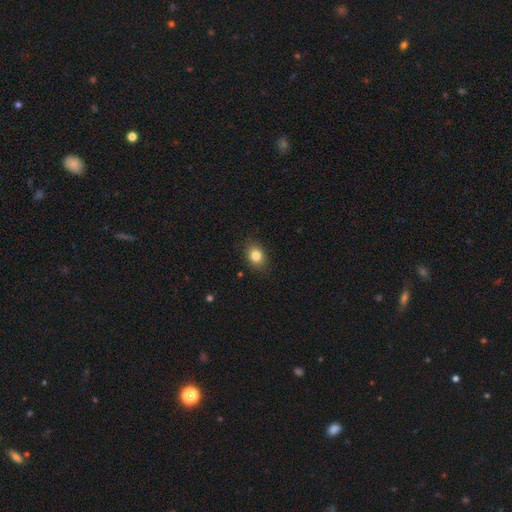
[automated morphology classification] Q: Smooth or featured?
A: smooth (83%); runner-up: star or artifact (10%)
Q: How rounded?
A: in between (60%); runner-up: round (38%)
Q: Merging?
A: none (86%); runner-up: minor disturbance (10%)